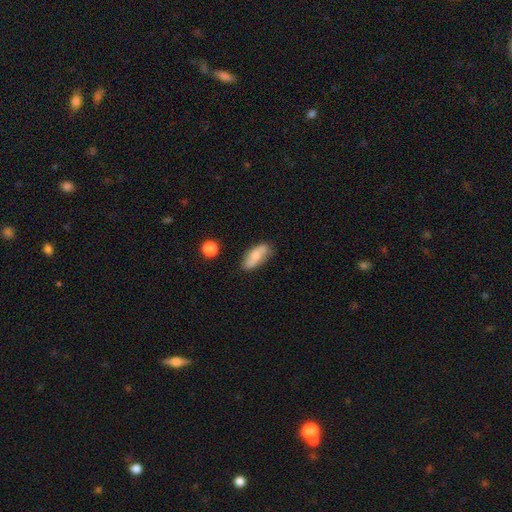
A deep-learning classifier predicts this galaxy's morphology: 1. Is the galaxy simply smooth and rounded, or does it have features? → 73% smooth, 20% featured or disk, 7% star or artifact.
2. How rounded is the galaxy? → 77% in between, 20% cigar-shaped, 3% round.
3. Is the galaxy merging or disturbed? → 71% none, 22% minor disturbance, 4% major disturbance, 3% merger.